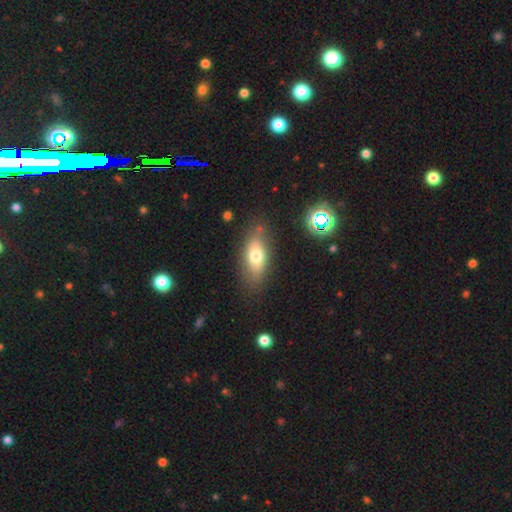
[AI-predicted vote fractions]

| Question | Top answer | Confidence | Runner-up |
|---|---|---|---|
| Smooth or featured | smooth | 67% | featured or disk (24%) |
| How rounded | in between | 82% | cigar-shaped (13%) |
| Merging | none | 77% | minor disturbance (16%) |